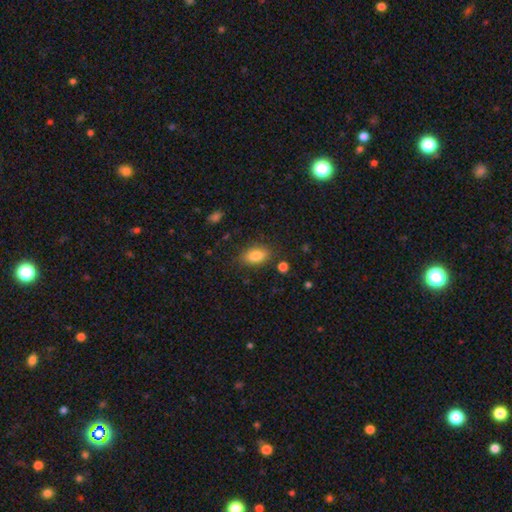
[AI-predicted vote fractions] Smooth or featured? Predicted: smooth (p=0.81). How rounded? Predicted: in between (p=0.88). Merging? Predicted: none (p=0.80).